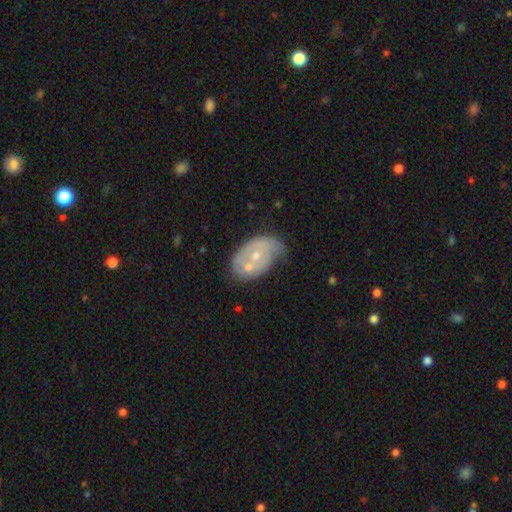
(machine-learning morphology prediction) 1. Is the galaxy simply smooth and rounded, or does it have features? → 53% featured or disk, 39% smooth, 7% star or artifact.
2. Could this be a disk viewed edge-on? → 95% no, 5% yes.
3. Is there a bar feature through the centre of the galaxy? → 87% no, 11% weak, 2% strong.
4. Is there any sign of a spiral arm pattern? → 67% no, 33% yes.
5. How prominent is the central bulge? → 59% small, 37% moderate, 2% none, 1% large, 1% dominant.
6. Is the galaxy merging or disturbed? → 32% none, 29% minor disturbance, 28% merger, 12% major disturbance.